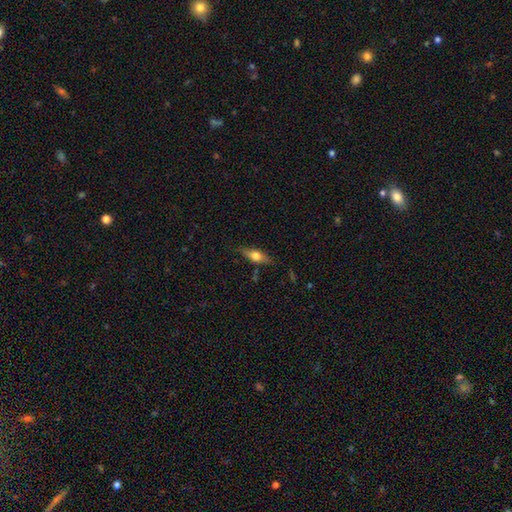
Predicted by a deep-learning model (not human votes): smooth_or_featured: smooth (p=0.54) [alt: featured or disk p=0.39]
how_rounded: in between (p=0.58) [alt: cigar-shaped p=0.38]
merging: none (p=0.78) [alt: minor disturbance p=0.17]